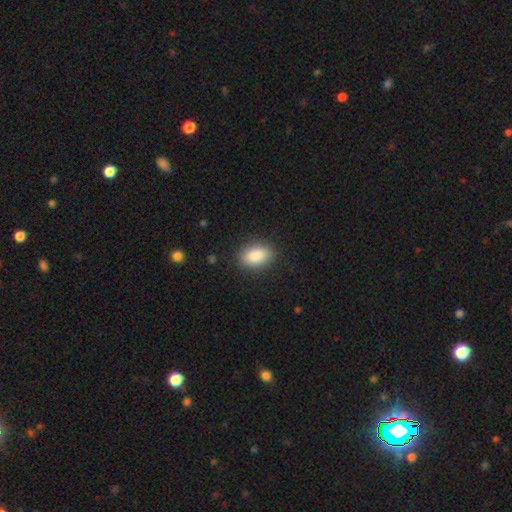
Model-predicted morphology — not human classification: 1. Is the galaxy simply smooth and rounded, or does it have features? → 89% smooth, 7% star or artifact, 4% featured or disk.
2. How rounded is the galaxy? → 87% in between, 11% round, 2% cigar-shaped.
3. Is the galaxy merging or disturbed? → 87% none, 9% minor disturbance, 3% major disturbance, 1% merger.